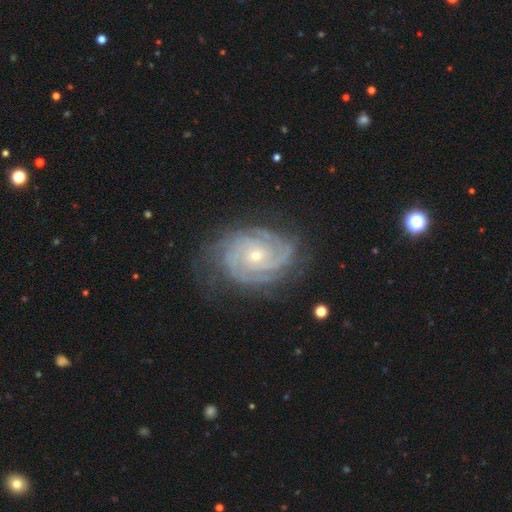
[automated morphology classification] smooth_or_featured: featured or disk (p=0.90) [alt: star or artifact p=0.06]
disk_edge_on: no (p=0.97) [alt: yes p=0.03]
bar: no (p=0.75) [alt: weak p=0.20]
has_spiral_arms: yes (p=0.98) [alt: no p=0.02]
spiral_winding: tight (p=0.77) [alt: medium p=0.20]
spiral_arm_count: 3 (p=0.27) [alt: 2 p=0.20]
bulge_size: small (p=0.67) [alt: moderate p=0.30]
merging: none (p=0.73) [alt: minor disturbance p=0.18]